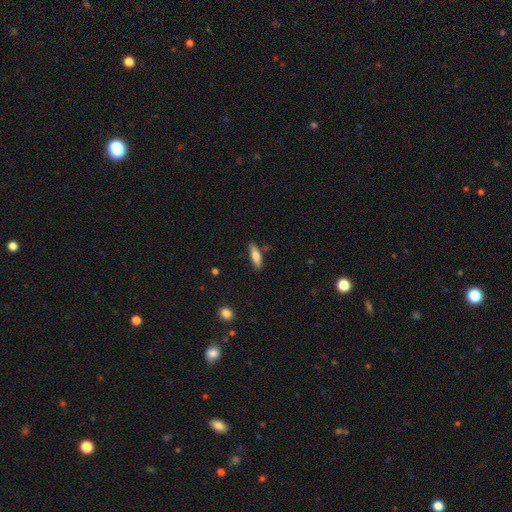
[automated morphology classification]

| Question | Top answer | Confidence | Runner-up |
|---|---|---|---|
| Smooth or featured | smooth | 72% | featured or disk (22%) |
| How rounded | cigar-shaped | 58% | in between (40%) |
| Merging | none | 80% | minor disturbance (14%) |